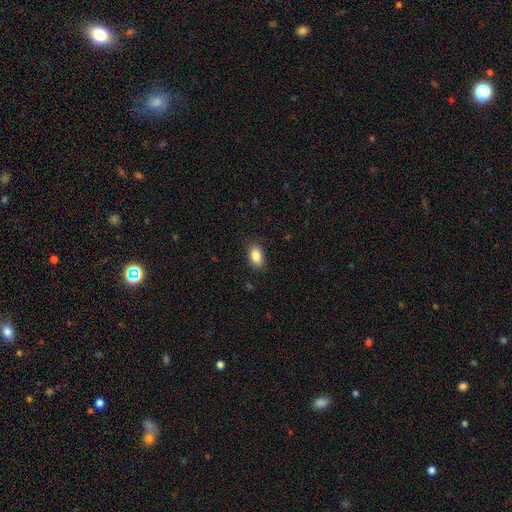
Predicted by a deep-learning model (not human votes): This appears to be a smooth galaxy with no disk features (86%) that is in between round and cigar-shaped (90%). Merging: none (85%).